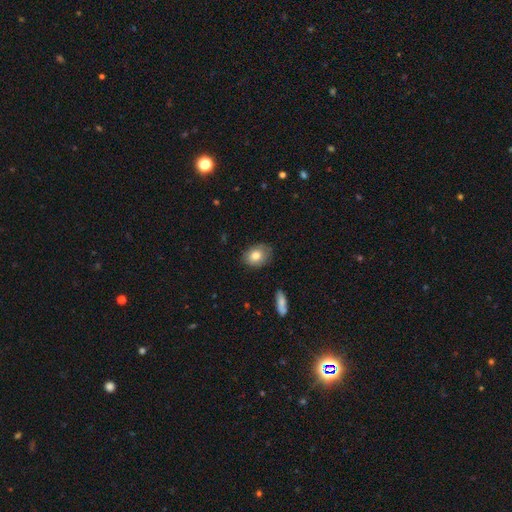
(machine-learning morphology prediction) type=smooth (78%); roundness=in between (68%); merging=none (76%).